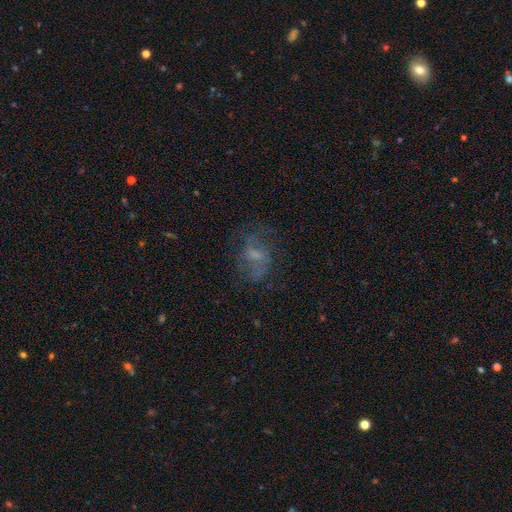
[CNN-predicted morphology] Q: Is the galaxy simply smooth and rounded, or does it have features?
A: featured or disk — 50%.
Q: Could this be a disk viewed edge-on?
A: no — 96%.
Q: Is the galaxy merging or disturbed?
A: none — 55%.